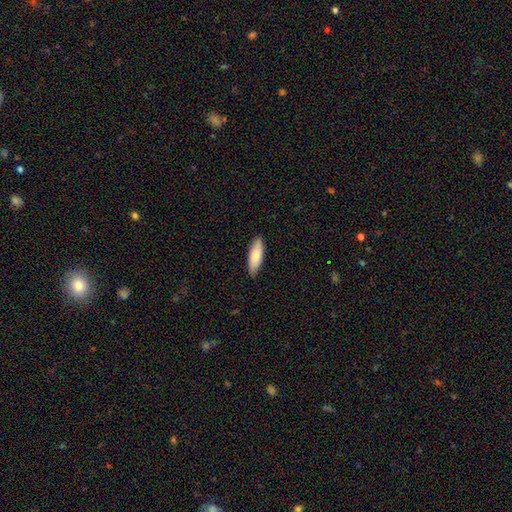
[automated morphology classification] The model was most divided on "how rounded": in between: 59%, cigar-shaped: 40%, round: 2%. More confident: merging — none (86%); smooth or featured — smooth (83%).